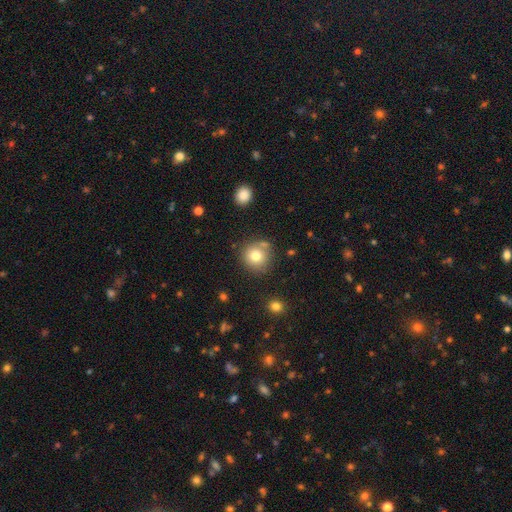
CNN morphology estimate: A smooth galaxy with no disk features (78%) that is round (91%). Merging: none (72%).